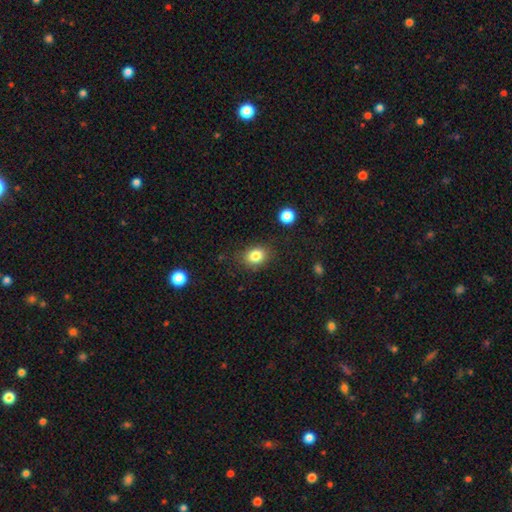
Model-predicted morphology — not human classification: Smooth or featured? smooth (83%)
How rounded? in between (56%)
Merging? none (82%)